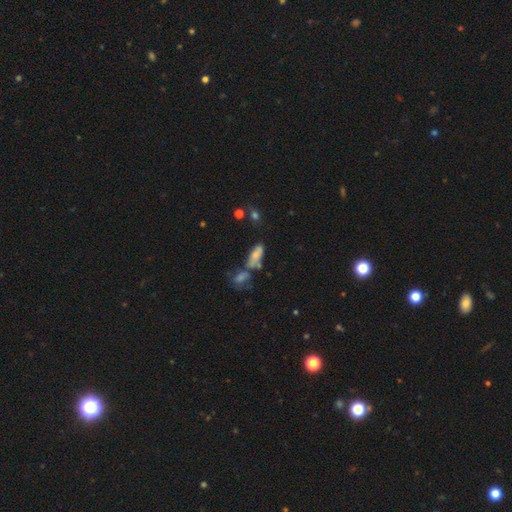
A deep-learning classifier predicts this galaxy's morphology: Overall: smooth (68%). How rounded: in between (76%). Merging: merger (38%; none 33%).